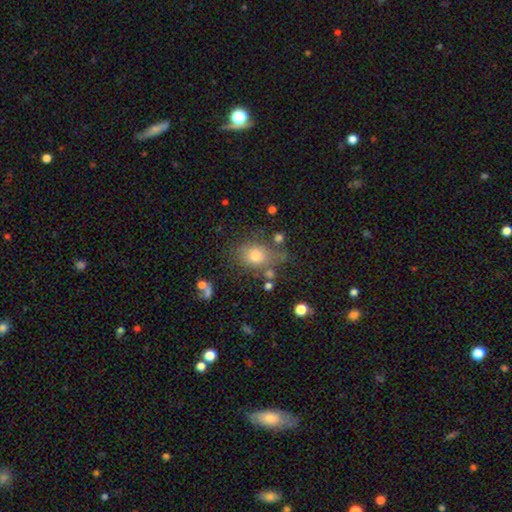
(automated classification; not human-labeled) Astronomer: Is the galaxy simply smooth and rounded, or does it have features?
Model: smooth — 74%.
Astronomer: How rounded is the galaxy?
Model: in between — 55% (runner-up: round, 43%).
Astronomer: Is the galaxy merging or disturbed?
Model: none — 64%.